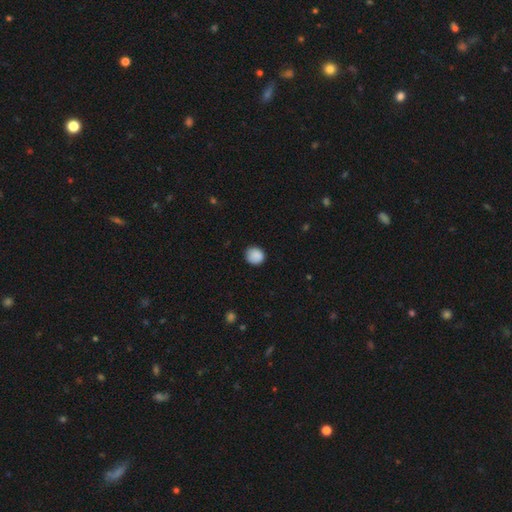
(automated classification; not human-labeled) Overall: smooth (88%). How rounded: round (84%). Merging: none (83%).